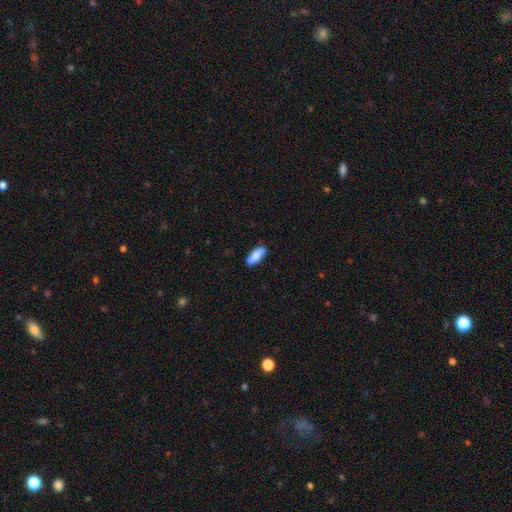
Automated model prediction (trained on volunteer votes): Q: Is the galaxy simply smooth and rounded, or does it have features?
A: smooth — 72%.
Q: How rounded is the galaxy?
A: in between — 80%.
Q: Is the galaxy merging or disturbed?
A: none — 77%.